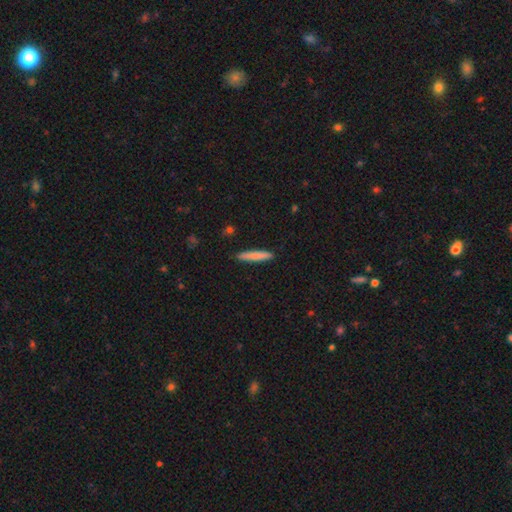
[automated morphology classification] smooth_or_featured: smooth (p=0.77) [alt: featured or disk p=0.17]
how_rounded: cigar-shaped (p=0.93) [alt: in between p=0.06]
merging: none (p=0.90) [alt: minor disturbance p=0.08]